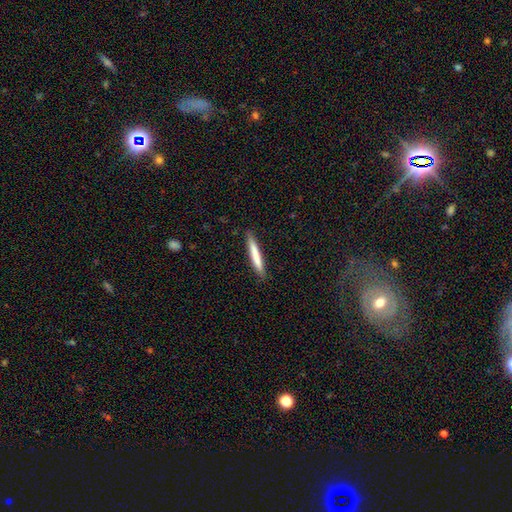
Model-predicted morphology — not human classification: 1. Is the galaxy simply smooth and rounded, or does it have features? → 72% smooth, 23% featured or disk, 6% star or artifact.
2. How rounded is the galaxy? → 96% cigar-shaped, 3% in between, 1% round.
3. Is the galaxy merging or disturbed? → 88% none, 9% minor disturbance, 2% major disturbance, 1% merger.